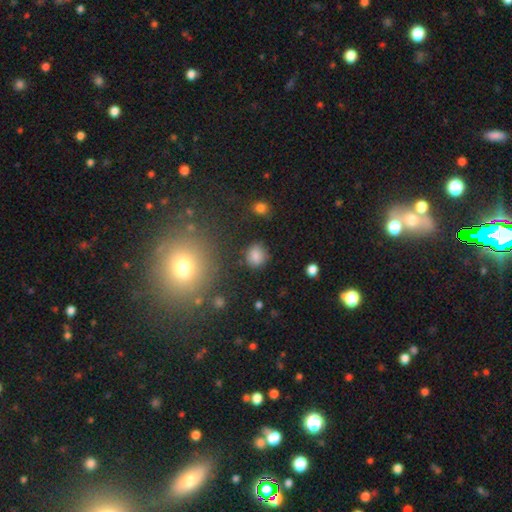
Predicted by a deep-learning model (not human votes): This appears to be a smooth galaxy with no disk features (82%) that is round (77%). Merging: none (81%).